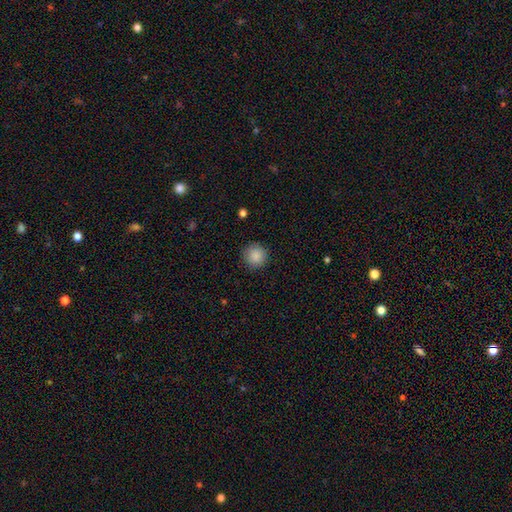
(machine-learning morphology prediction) smooth-or-featured: smooth: 87% | star or artifact: 9% | featured or disk: 4%
  how-rounded: round: 95% | in between: 4% | cigar-shaped: 1%
  merging: none: 89% | minor disturbance: 8% | major disturbance: 2% | merger: 1%